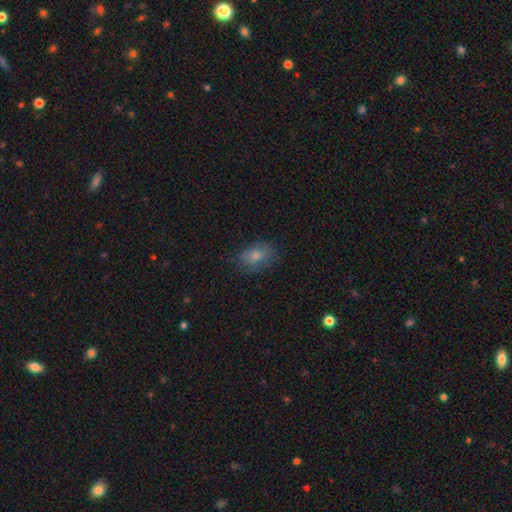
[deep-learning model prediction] This appears to be a smooth galaxy with no disk features (75%) that is in between round and cigar-shaped (78%). Merging: none (71%).